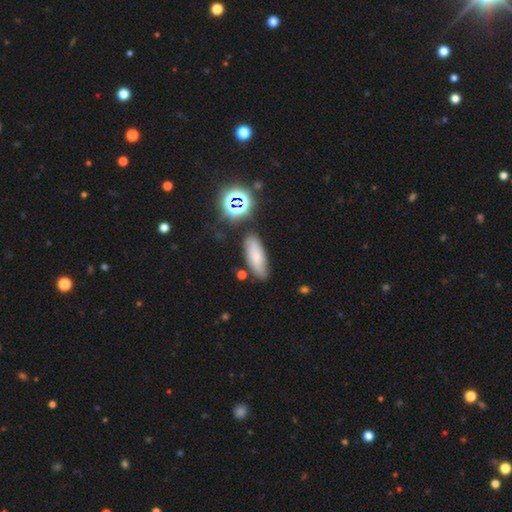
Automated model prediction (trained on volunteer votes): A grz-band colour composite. It shows a smooth galaxy with no disk features (66%) that is in between round and cigar-shaped (67%). Merging: none (77%).